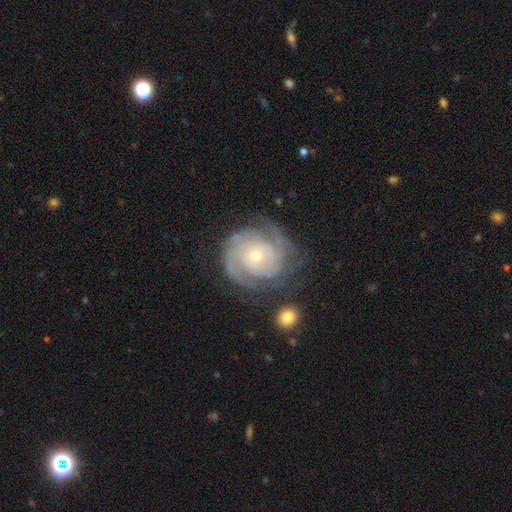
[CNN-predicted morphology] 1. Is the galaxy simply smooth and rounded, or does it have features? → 87% featured or disk, 8% smooth, 5% star or artifact.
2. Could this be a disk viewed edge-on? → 98% no, 2% yes.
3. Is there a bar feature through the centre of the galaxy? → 76% no, 19% weak, 4% strong.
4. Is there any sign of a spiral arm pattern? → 96% yes, 4% no.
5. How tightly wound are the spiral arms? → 71% tight, 23% medium, 5% loose.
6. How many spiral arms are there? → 32% 2, 27% can't tell, 22% 3, 8% 4, 6% 1, 5% more than 4.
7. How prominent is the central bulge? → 67% small, 29% moderate, 2% large, 1% none, 1% dominant.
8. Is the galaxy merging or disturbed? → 69% none, 18% minor disturbance, 10% major disturbance, 3% merger.